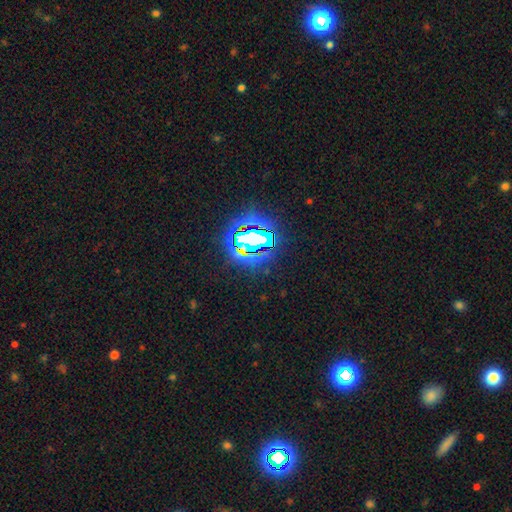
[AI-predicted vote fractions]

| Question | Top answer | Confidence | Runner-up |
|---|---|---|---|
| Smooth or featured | star or artifact | 83% | smooth (10%) |